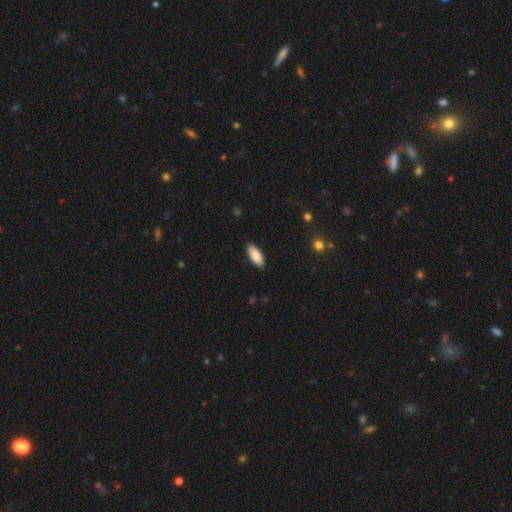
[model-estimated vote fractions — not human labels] smooth_or_featured: smooth (p=0.88) [alt: featured or disk p=0.07]
how_rounded: in between (p=0.79) [alt: cigar-shaped p=0.19]
merging: none (p=0.89) [alt: minor disturbance p=0.08]